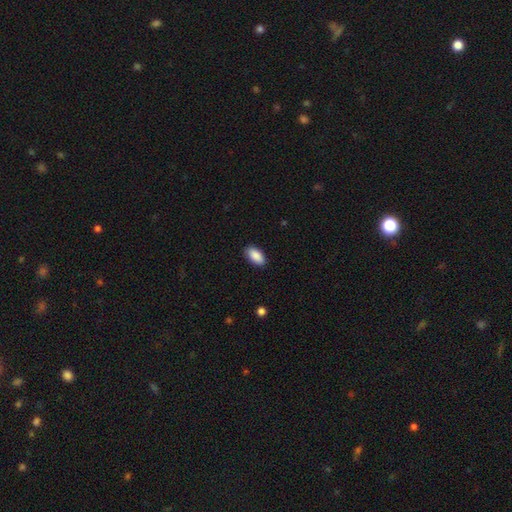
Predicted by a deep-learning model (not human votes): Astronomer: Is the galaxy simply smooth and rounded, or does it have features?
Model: smooth — 90%.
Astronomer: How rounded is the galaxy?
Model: in between — 94%.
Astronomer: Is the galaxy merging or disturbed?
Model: none — 88%.